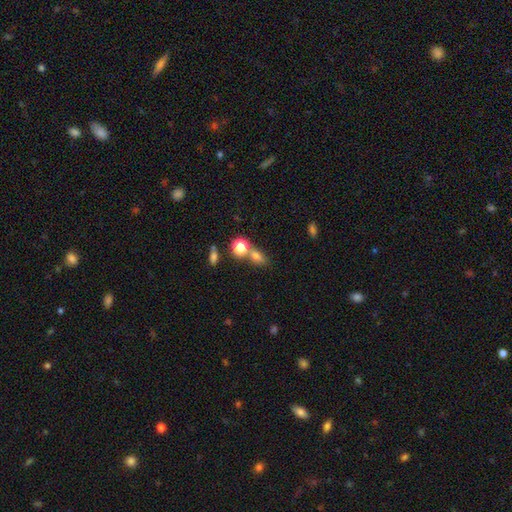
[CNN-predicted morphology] smooth-or-featured: smooth: 72% | star or artifact: 17% | featured or disk: 10%
  how-rounded: in between: 60% | round: 34% | cigar-shaped: 6%
  merging: none: 50% | merger: 34% | minor disturbance: 11% | major disturbance: 6%